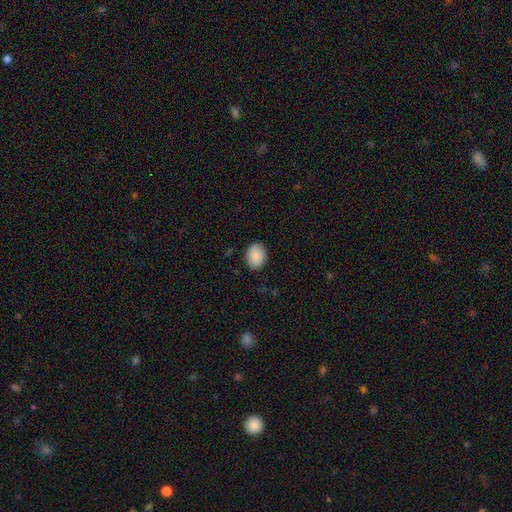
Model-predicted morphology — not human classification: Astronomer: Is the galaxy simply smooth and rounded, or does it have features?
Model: smooth — 89%.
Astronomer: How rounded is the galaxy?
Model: in between — 59% (runner-up: round, 40%).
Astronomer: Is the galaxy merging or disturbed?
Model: none — 87%.